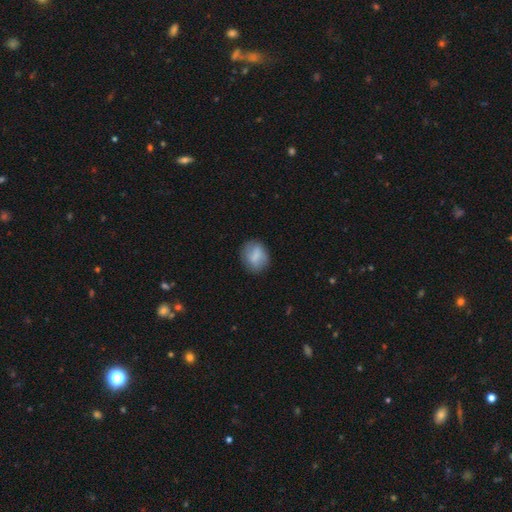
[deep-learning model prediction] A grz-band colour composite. It shows a smooth galaxy with no disk features (76%) that is round (57%). Merging: none (78%).